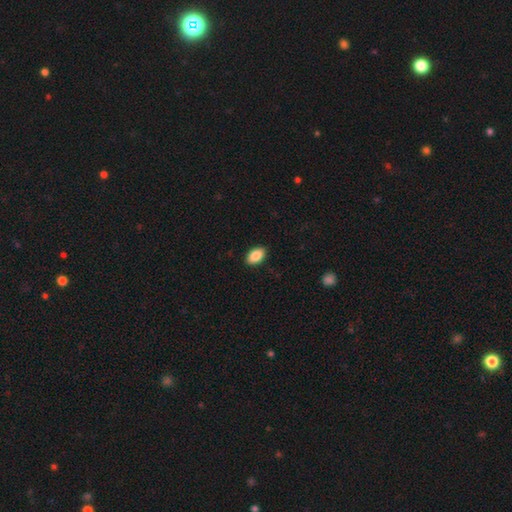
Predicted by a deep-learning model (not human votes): Overall: smooth (87%). How rounded: in between (92%). Merging: none (90%).